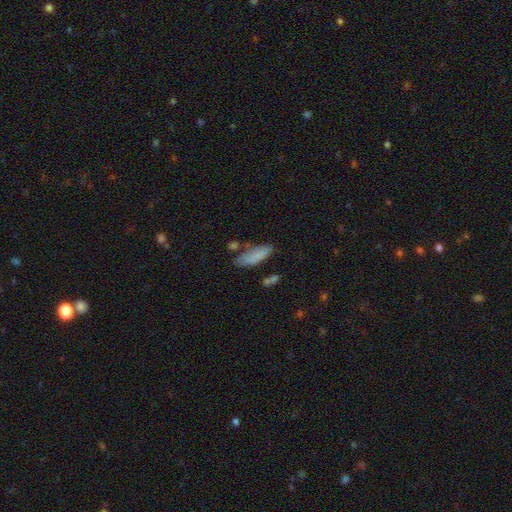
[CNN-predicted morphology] A smooth galaxy with no disk features (81%) that is in between round and cigar-shaped (59%).

Vote fractions:
- Smooth or featured? smooth: 81% / featured or disk: 12% / star or artifact: 7%
- How rounded? in between: 59% / cigar-shaped: 39% / round: 2%
- Merging? none: 63% / minor disturbance: 21% / merger: 10% / major disturbance: 6%